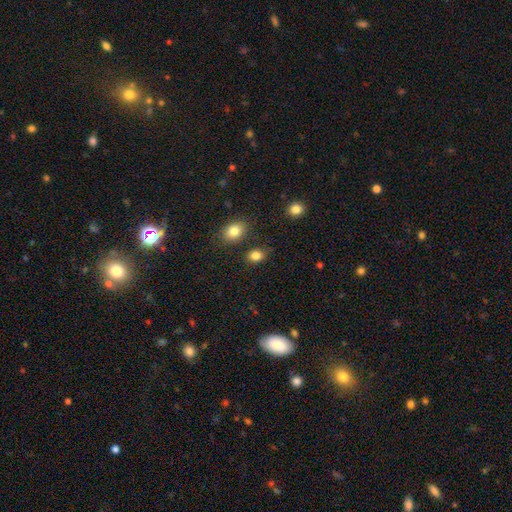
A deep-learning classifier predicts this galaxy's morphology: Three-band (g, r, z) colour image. It shows a smooth galaxy with no disk features (84%) that is in between round and cigar-shaped (66%). Merging: none (81%).